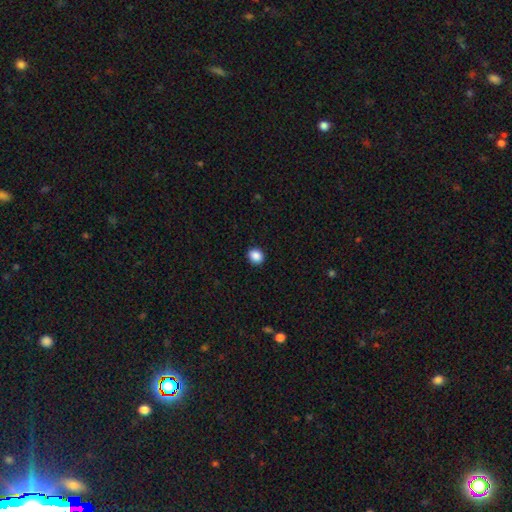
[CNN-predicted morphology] smooth_or_featured: smooth (p=0.88) [alt: star or artifact p=0.09]
how_rounded: round (p=0.69) [alt: in between p=0.31]
merging: none (p=0.91) [alt: minor disturbance p=0.06]